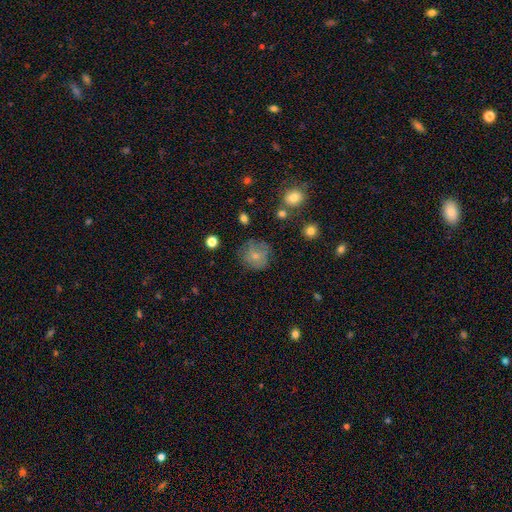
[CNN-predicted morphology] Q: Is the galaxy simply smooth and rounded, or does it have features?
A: smooth — 70%.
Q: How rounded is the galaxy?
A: round — 88%.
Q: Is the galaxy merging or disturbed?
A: none — 69%.